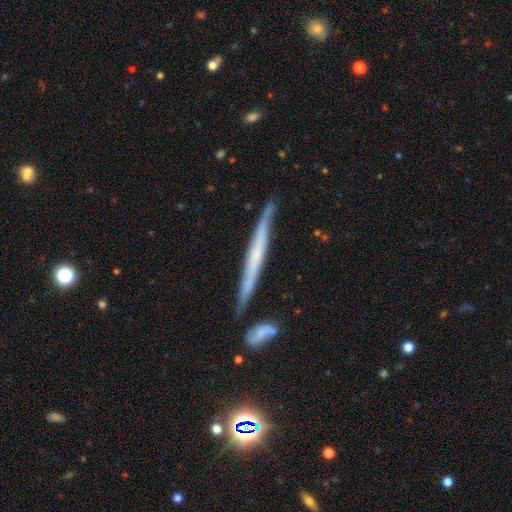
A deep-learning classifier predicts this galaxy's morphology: Smooth or featured?
  - featured or disk: 63% *
  - smooth: 30%
  - star or artifact: 7%
Edge-on disk?
  - yes: 94% *
  - no: 6%
Edge-on bulge?
  - none: 71% *
  - rounded: 16%
  - boxy: 12%
Merging?
  - none: 79% *
  - minor disturbance: 13%
  - merger: 6%
  - major disturbance: 3%